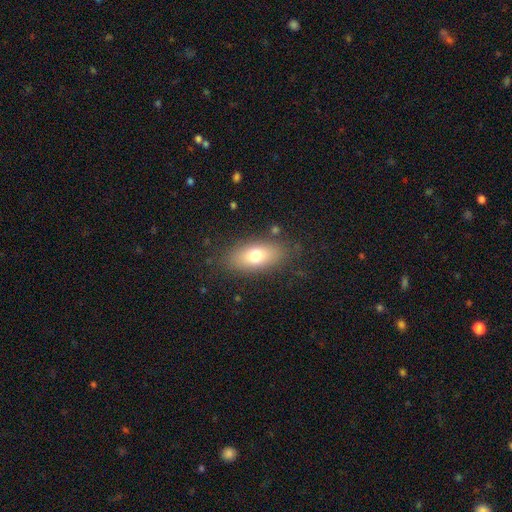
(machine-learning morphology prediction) Smooth or featured? smooth (72%)
How rounded? in between (84%)
Merging? none (82%)